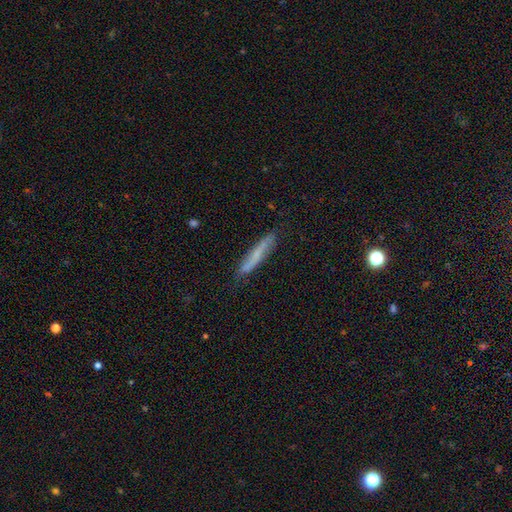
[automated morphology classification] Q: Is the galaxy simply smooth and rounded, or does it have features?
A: smooth — 51%.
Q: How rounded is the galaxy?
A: cigar-shaped — 92%.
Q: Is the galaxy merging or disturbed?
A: none — 78%.